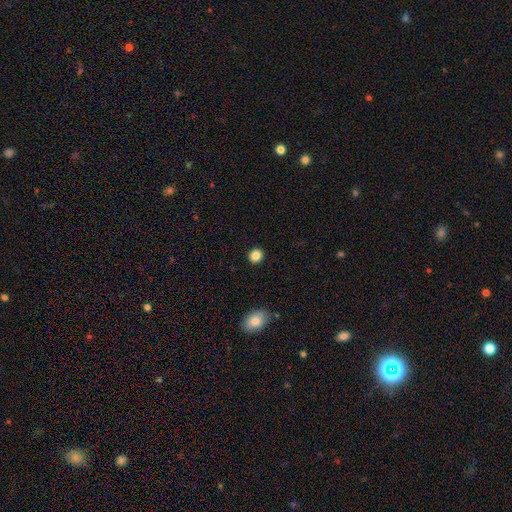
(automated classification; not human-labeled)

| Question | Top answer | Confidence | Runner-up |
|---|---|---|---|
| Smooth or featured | smooth | 86% | star or artifact (10%) |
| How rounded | round | 85% | in between (14%) |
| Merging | none | 92% | minor disturbance (5%) |